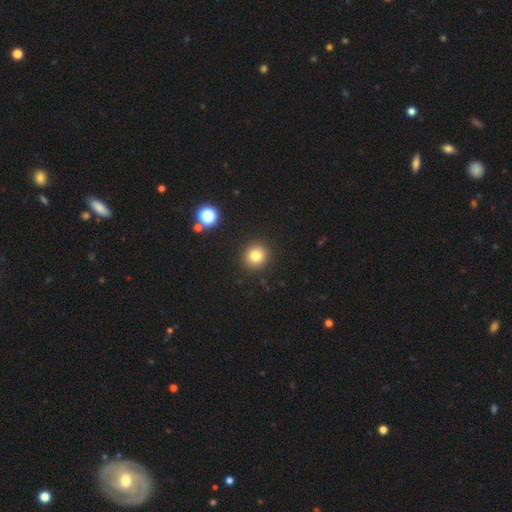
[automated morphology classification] smooth_or_featured: smooth (p=0.79) [alt: star or artifact p=0.13]
how_rounded: round (p=0.90) [alt: in between p=0.09]
merging: none (p=0.91) [alt: minor disturbance p=0.06]